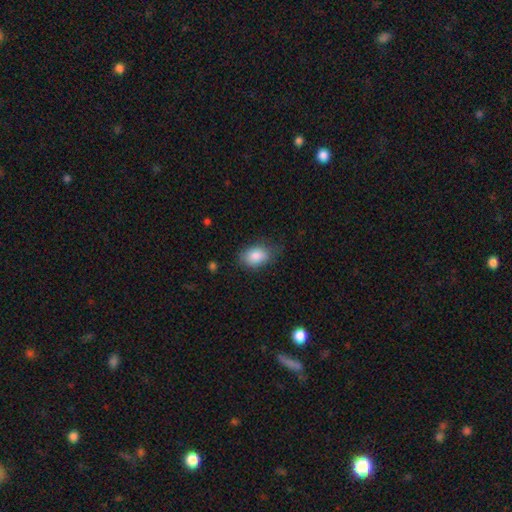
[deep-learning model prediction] Smooth or featured? smooth (85%)
How rounded? in between (81%)
Merging? none (67%)